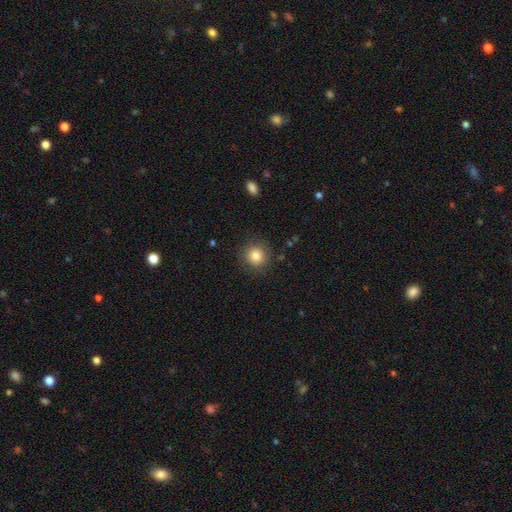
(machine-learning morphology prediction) Overall: smooth (83%). How rounded: round (92%). Merging: none (88%).